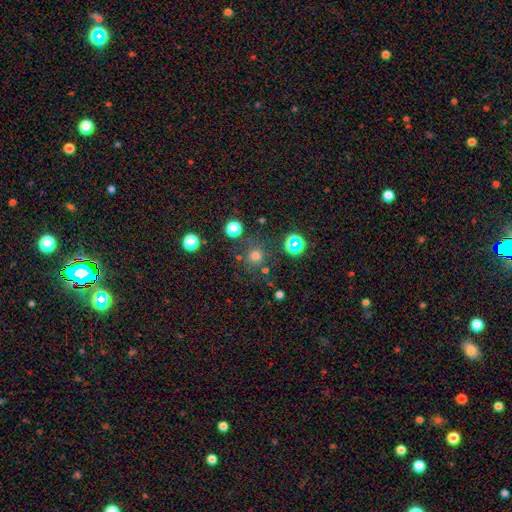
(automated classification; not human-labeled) Q: Smooth or featured?
A: smooth (66%); runner-up: star or artifact (26%)
Q: How rounded?
A: round (91%); runner-up: in between (8%)
Q: Merging?
A: none (78%); runner-up: minor disturbance (11%)